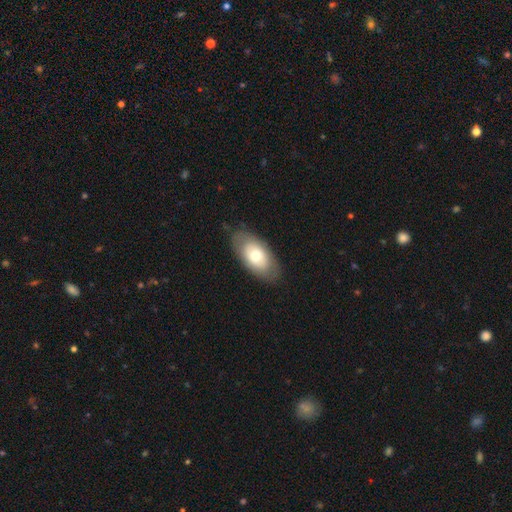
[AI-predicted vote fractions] A smooth galaxy with no disk features (64%) that is in between round and cigar-shaped (93%).

Vote fractions:
- Smooth or featured? smooth: 64% / featured or disk: 30% / star or artifact: 6%
- How rounded? in between: 93% / round: 5% / cigar-shaped: 3%
- Merging? none: 83% / minor disturbance: 13% / major disturbance: 4% / merger: 1%